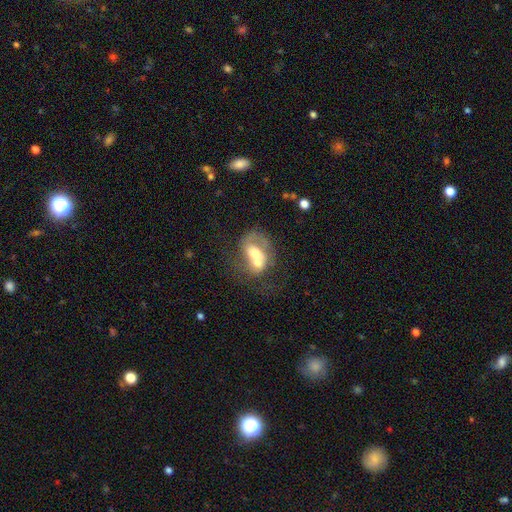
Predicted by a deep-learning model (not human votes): Smooth or featured? featured or disk (53%)
Edge-on disk? no (96%)
Bar? no (73%)
Spiral arms? no (61%)
Bulge size? moderate (60%)
Merging? merger (67%)